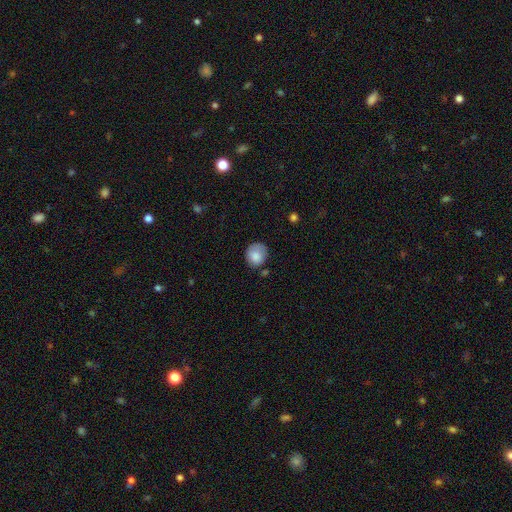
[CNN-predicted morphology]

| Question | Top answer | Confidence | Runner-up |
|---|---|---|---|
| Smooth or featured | smooth | 81% | featured or disk (11%) |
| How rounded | round | 74% | in between (25%) |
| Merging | none | 61% | minor disturbance (27%) |